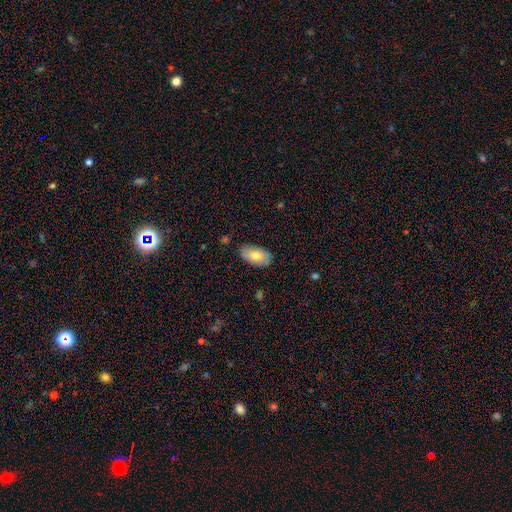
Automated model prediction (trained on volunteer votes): This appears to be a smooth galaxy with no disk features (75%) that is in between round and cigar-shaped (94%). Merging: none (82%).